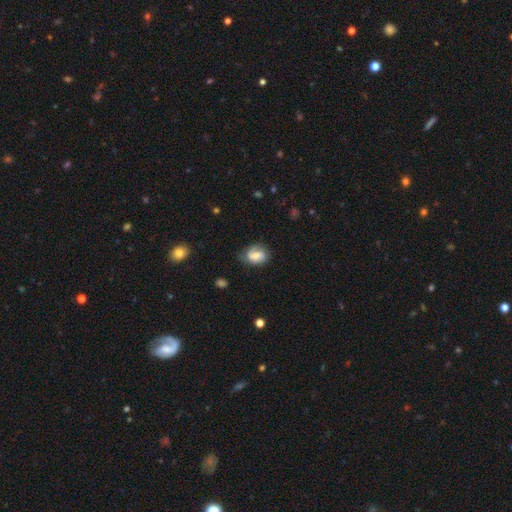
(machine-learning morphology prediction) smooth-or-featured: smooth: 60% | featured or disk: 32% | star or artifact: 9%
  how-rounded: in between: 66% | round: 32% | cigar-shaped: 2%
  merging: none: 57% | minor disturbance: 28% | major disturbance: 12% | merger: 2%